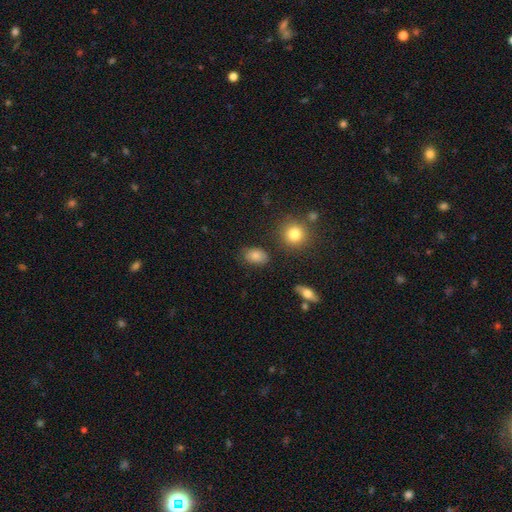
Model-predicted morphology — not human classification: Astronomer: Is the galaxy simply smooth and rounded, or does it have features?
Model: smooth — 83%.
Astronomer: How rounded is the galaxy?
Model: in between — 81%.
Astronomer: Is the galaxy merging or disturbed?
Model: none — 81%.